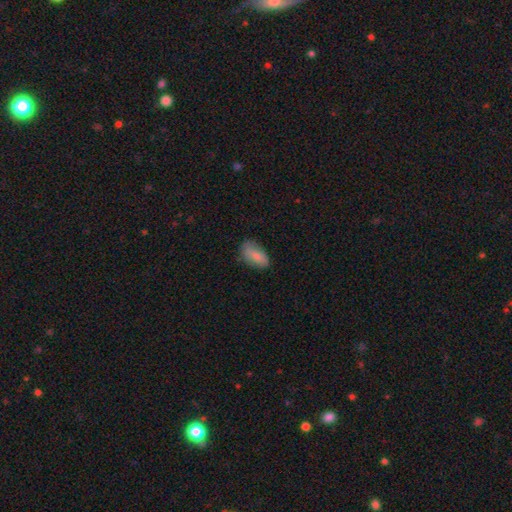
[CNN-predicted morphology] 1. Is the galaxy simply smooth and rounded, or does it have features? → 78% smooth, 16% featured or disk, 7% star or artifact.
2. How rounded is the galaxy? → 92% in between, 4% round, 4% cigar-shaped.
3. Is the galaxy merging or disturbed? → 71% none, 23% minor disturbance, 5% major disturbance, 1% merger.